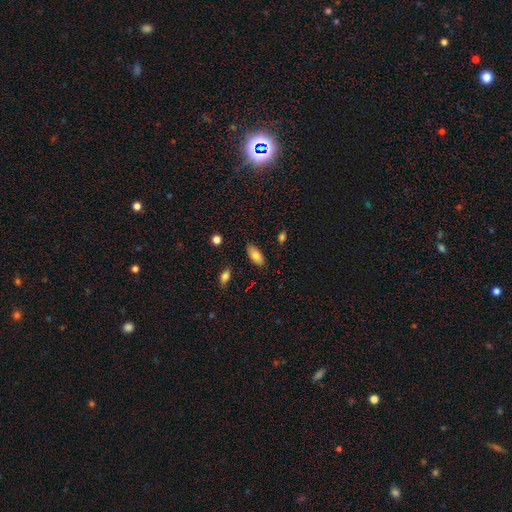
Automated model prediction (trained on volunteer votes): smooth-or-featured: smooth: 81% | featured or disk: 11% | star or artifact: 8%
  how-rounded: in between: 89% | cigar-shaped: 9% | round: 2%
  merging: none: 82% | minor disturbance: 13% | major disturbance: 2% | merger: 2%